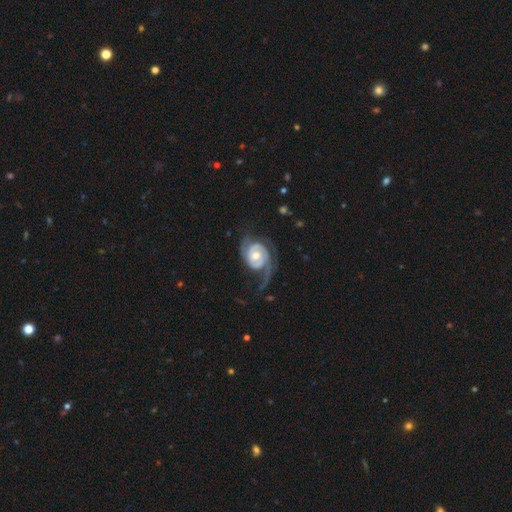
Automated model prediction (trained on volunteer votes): The model was most divided on "spiral winding" (2-way tie): medium: 36%, tight: 36%, loose: 28%. Remaining: edge-on disk — no (97%); spiral arms — yes (93%); smooth or featured — featured or disk (86%); bulge size — moderate (70%); spiral arm count — 2 (63%); bar — no (57%); merging — none (47%).